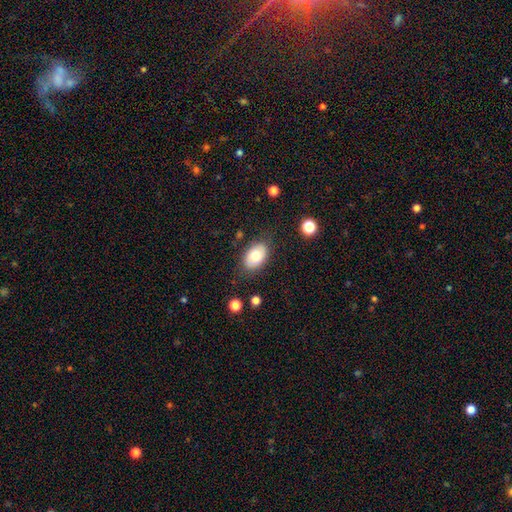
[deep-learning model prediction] Smooth or featured: smooth — 75% (featured or disk — 17%)
How rounded: in between — 88% (round — 11%)
Merging: none — 81% (minor disturbance — 14%)